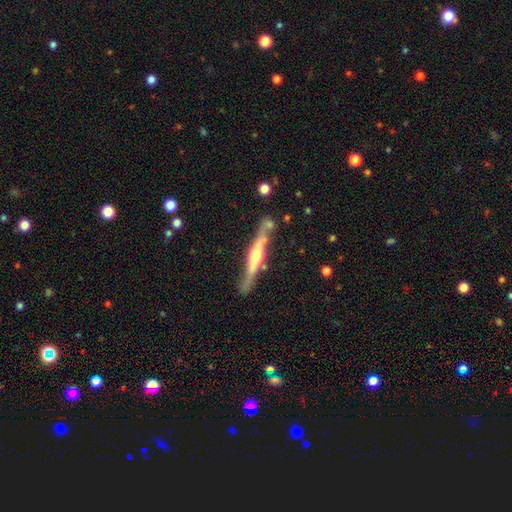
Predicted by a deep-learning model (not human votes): featured or disk 71%, smooth 24%, star or artifact 5%. Down the decision tree: edge-on disk — yes (93%); edge-on bulge — rounded (75%); merging — none (71%).